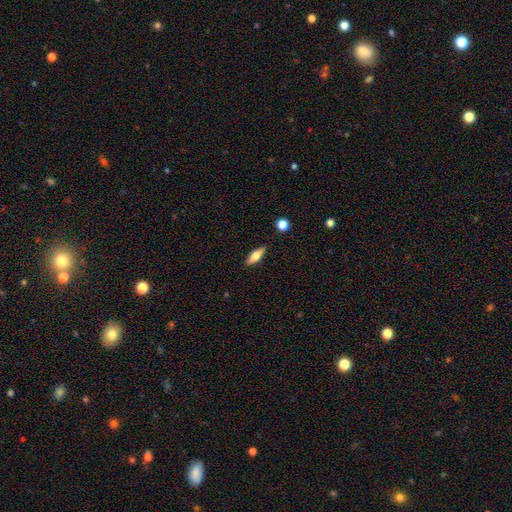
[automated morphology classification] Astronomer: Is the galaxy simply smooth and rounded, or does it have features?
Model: smooth — 63%.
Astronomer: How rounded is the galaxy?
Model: in between — 55% (runner-up: cigar-shaped, 42%).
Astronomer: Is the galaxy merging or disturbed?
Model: none — 88%.